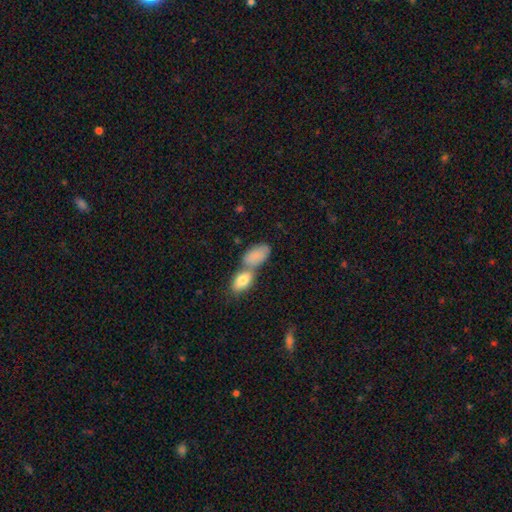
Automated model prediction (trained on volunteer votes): Smooth or featured? Predicted: smooth (p=0.83). How rounded? Predicted: in between (p=0.92). Merging? Predicted: merger (p=0.54).